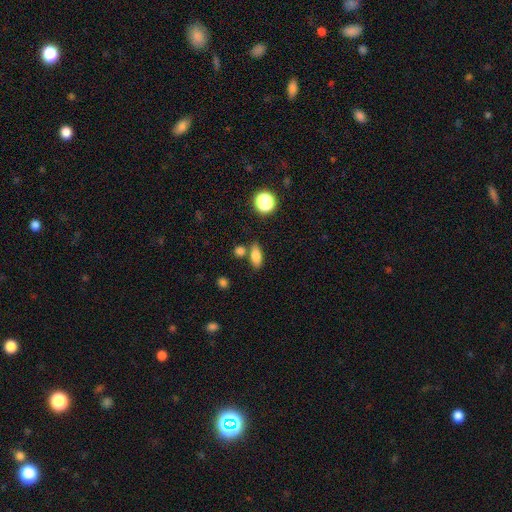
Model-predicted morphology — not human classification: Smooth or featured?
  - smooth: 80% *
  - star or artifact: 10%
  - featured or disk: 10%
How rounded?
  - in between: 73% *
  - cigar-shaped: 19%
  - round: 8%
Merging?
  - none: 71% *
  - merger: 13%
  - minor disturbance: 12%
  - major disturbance: 4%